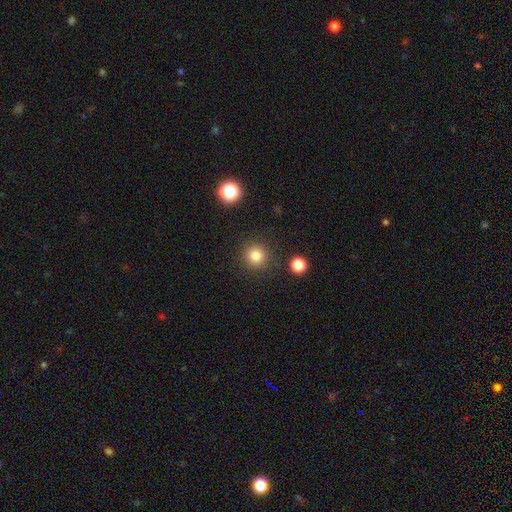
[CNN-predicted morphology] A smooth galaxy with no disk features (81%) that is round (94%). Merging: none (88%).